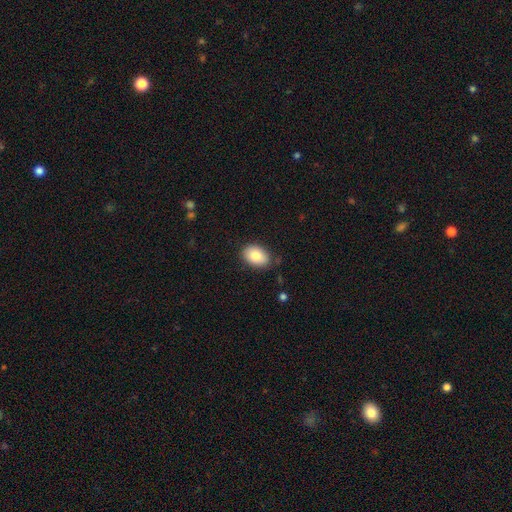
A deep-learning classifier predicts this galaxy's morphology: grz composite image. It shows a smooth galaxy with no disk features (83%) that is in between round and cigar-shaped (85%). Merging: none (82%).